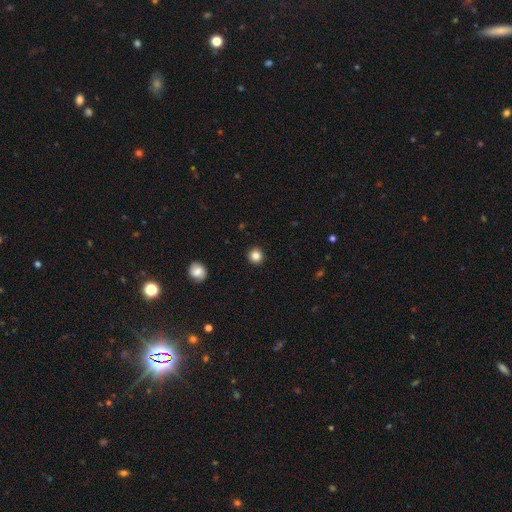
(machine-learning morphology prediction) A smooth galaxy with no disk features (85%) that is round (93%). Merging: none (93%).